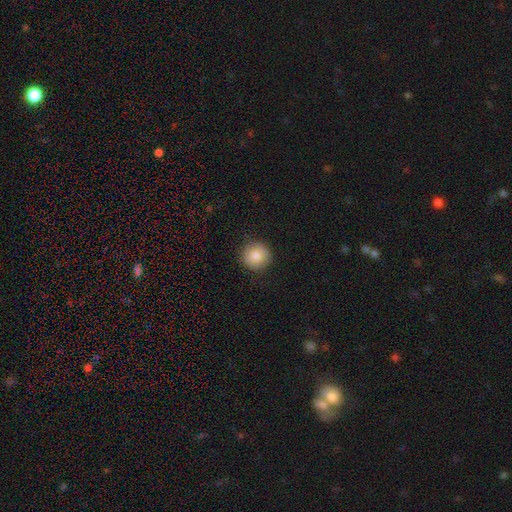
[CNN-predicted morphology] A smooth galaxy with no disk features (85%) that is round (94%). Merging: none (90%).